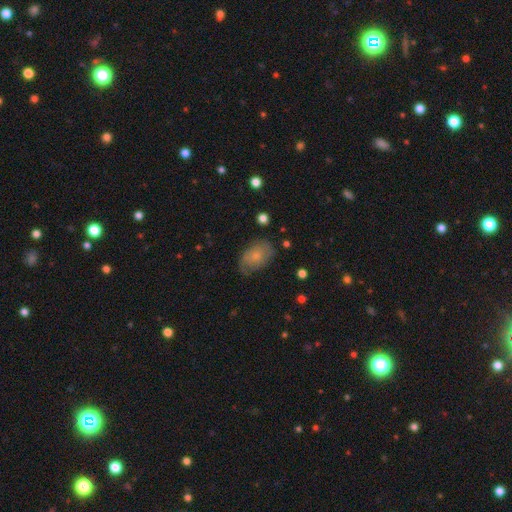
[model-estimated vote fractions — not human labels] Smooth or featured? Predicted: smooth (p=0.57). How rounded? Predicted: in between (p=0.88). Merging? Predicted: none (p=0.69).